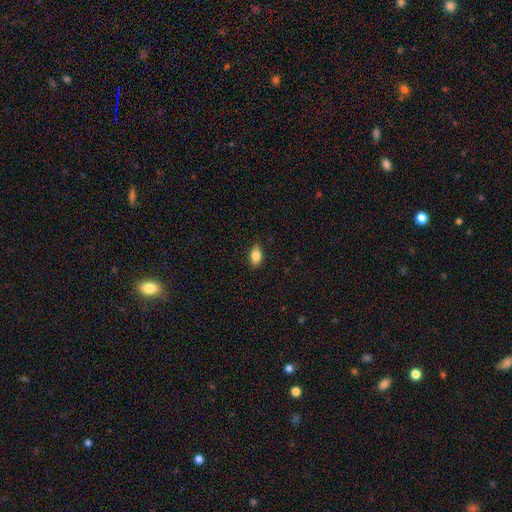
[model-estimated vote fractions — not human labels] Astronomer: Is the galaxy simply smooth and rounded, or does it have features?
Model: smooth — 84%.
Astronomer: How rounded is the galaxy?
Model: in between — 88%.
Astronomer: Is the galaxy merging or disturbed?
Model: none — 86%.